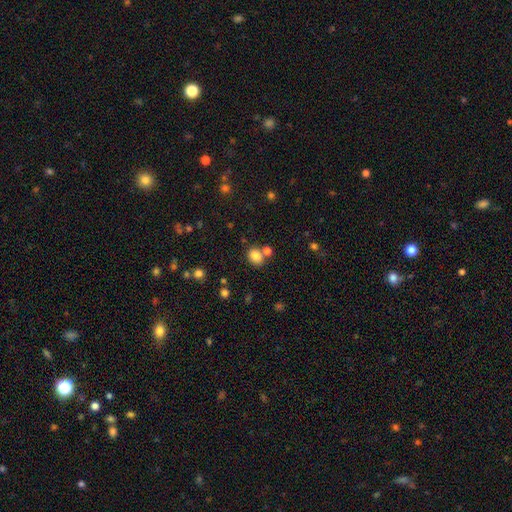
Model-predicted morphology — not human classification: The model was most divided on "how rounded": in between: 59%, round: 40%, cigar-shaped: 1%. More confident: smooth or featured — smooth (83%); merging — none (65%).